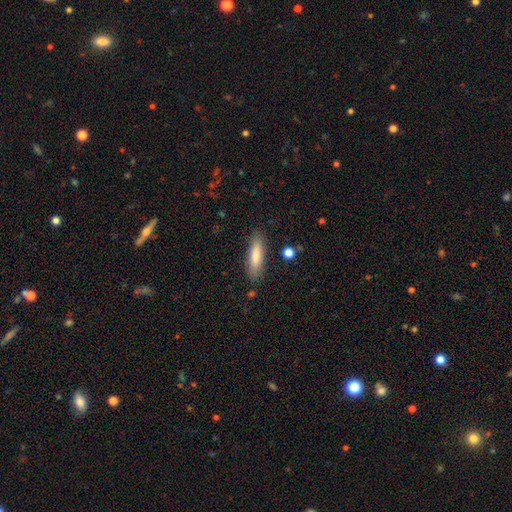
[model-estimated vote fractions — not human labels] Morphology: type=smooth (81%); roundness=cigar-shaped (63%); merging=none (84%).